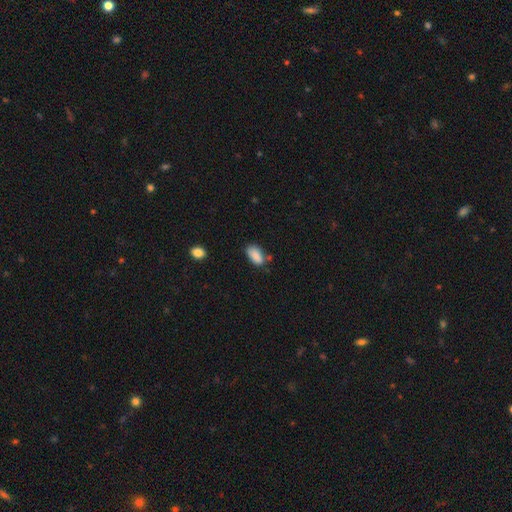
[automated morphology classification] smooth_or_featured: smooth (p=0.87) [alt: star or artifact p=0.08]
how_rounded: in between (p=0.92) [alt: cigar-shaped p=0.04]
merging: none (p=0.66) [alt: minor disturbance p=0.22]